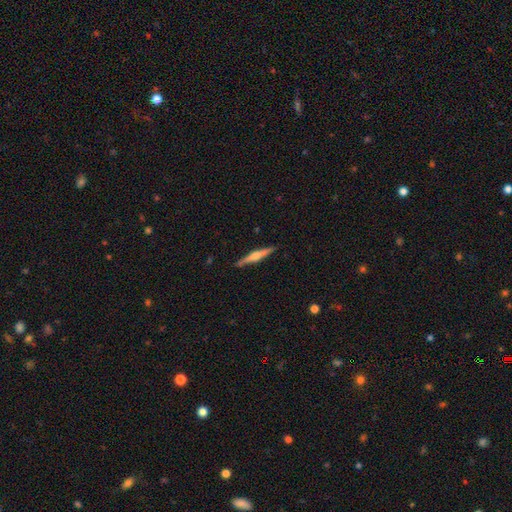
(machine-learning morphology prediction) Smooth or featured: featured or disk — 67% (smooth — 28%)
Edge-on disk: yes — 98% (no — 2%)
Edge-on bulge: rounded — 74% (boxy — 18%)
Merging: none — 90% (minor disturbance — 8%)